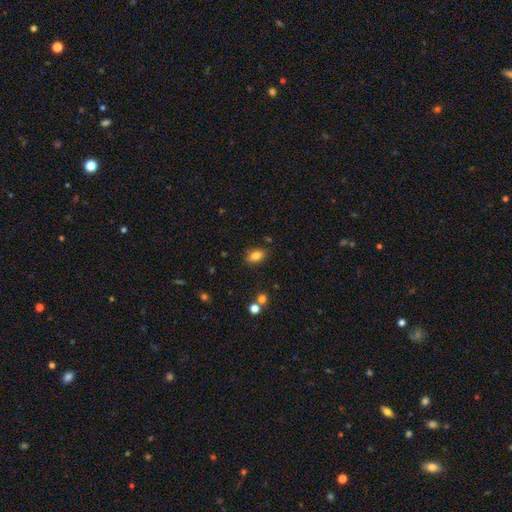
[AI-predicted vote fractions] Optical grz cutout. It shows a smooth galaxy with no disk features (82%) that is in between round and cigar-shaped (83%). Merging: none (80%).